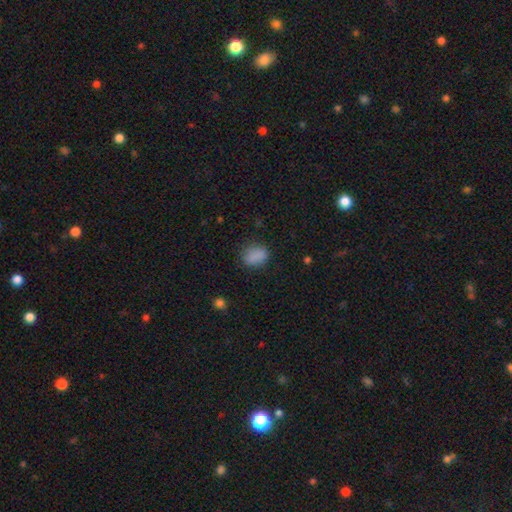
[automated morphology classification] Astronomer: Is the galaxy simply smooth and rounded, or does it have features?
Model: smooth — 84%.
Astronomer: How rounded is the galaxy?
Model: in between — 63%.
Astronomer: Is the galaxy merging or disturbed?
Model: none — 77%.